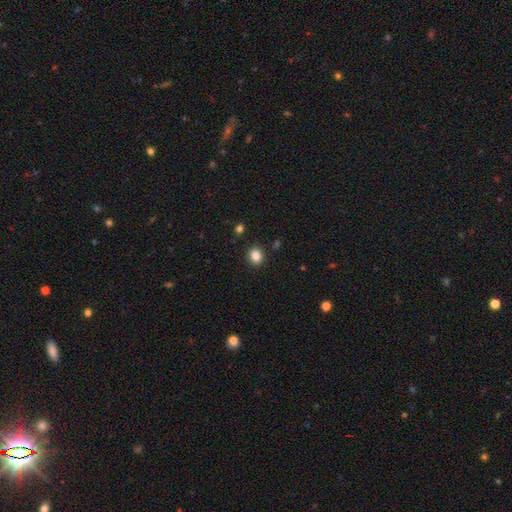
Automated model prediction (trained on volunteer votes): smooth_or_featured: smooth (p=0.84) [alt: star or artifact p=0.11]
how_rounded: round (p=0.69) [alt: in between p=0.31]
merging: none (p=0.90) [alt: minor disturbance p=0.07]